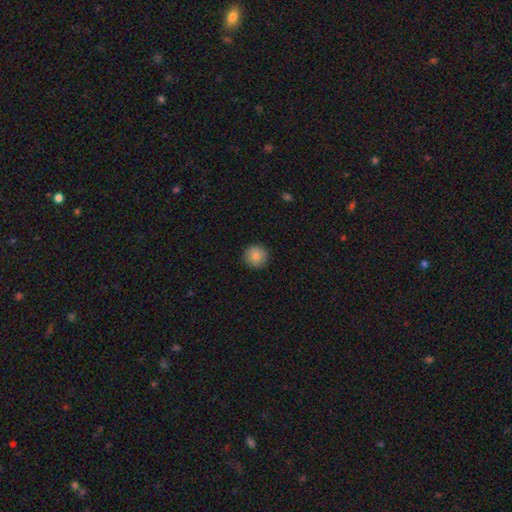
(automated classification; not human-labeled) The model was most divided on "smooth or featured": smooth: 86%, star or artifact: 8%, featured or disk: 6%. More confident: how rounded — round (95%); merging — none (91%).